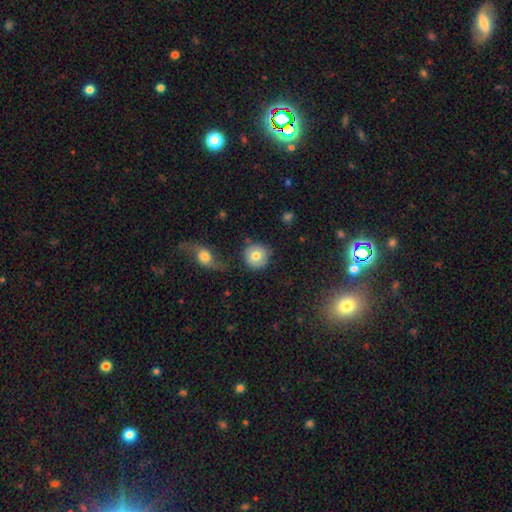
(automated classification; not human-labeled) smooth 75%, featured or disk 17%, star or artifact 8%. Down the decision tree: how rounded — round (92%); merging — none (75%).